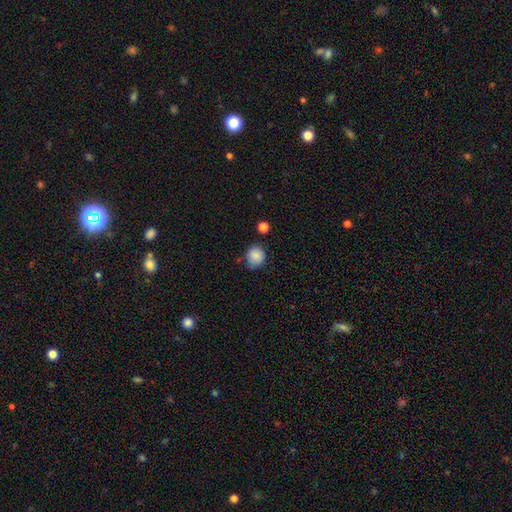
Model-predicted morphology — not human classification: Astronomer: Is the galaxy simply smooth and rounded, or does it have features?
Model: smooth — 84%.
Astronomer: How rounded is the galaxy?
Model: round — 76%.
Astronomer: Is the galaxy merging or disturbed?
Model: none — 67%.